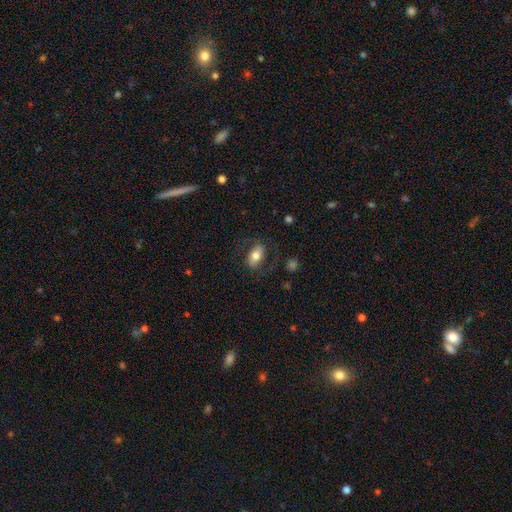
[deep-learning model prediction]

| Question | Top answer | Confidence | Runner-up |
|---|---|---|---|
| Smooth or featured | smooth | 60% | featured or disk (33%) |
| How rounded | in between | 89% | round (8%) |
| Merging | none | 70% | minor disturbance (16%) |